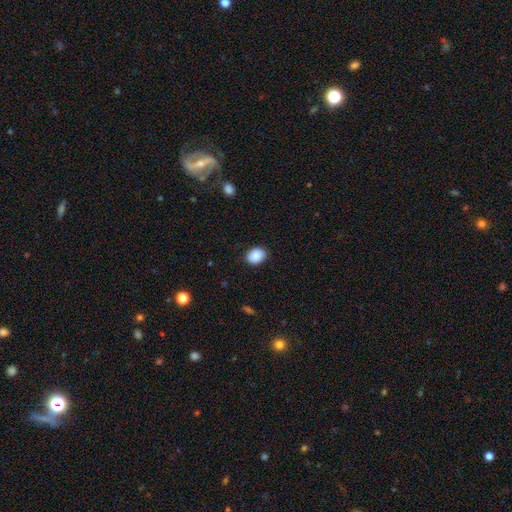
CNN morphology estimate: smooth_or_featured: smooth (p=0.89) [alt: star or artifact p=0.08]
how_rounded: in between (p=0.59) [alt: round p=0.40]
merging: none (p=0.86) [alt: minor disturbance p=0.10]